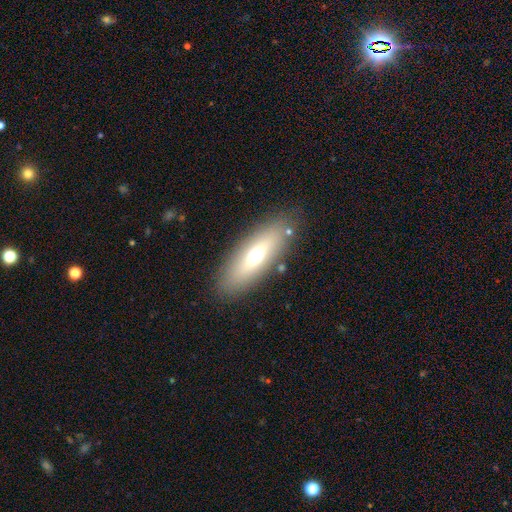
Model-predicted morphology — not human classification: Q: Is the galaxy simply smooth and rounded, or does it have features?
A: smooth — 57%.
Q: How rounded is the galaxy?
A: in between — 59%.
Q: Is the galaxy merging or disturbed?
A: none — 84%.